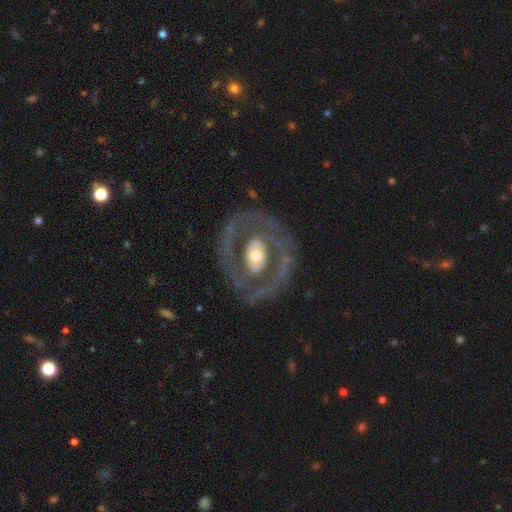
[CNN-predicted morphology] Smooth or featured: featured or disk — 81% (smooth — 15%)
Edge-on disk: no — 96% (yes — 4%)
Bar: no — 58% (weak — 26%)
Spiral arms: yes — 66% (no — 34%)
Spiral winding: tight — 42% (tied with medium — 42%)
Spiral arm count: 2 — 74% (can't tell — 13%)
Bulge size: moderate — 63% (large — 20%)
Merging: none — 76% (minor disturbance — 12%)